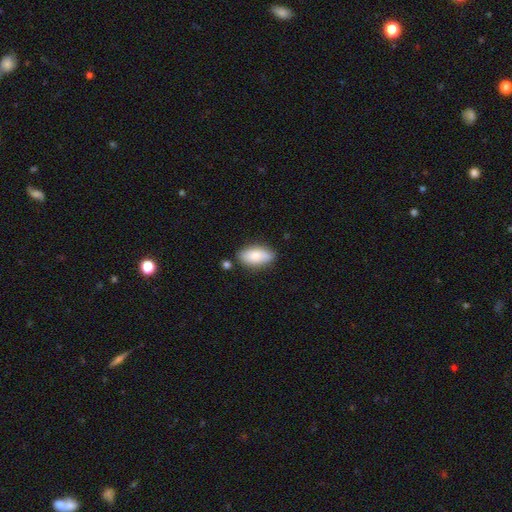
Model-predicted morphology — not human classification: Overall: smooth (81%). How rounded: in between (91%). Merging: none (77%).